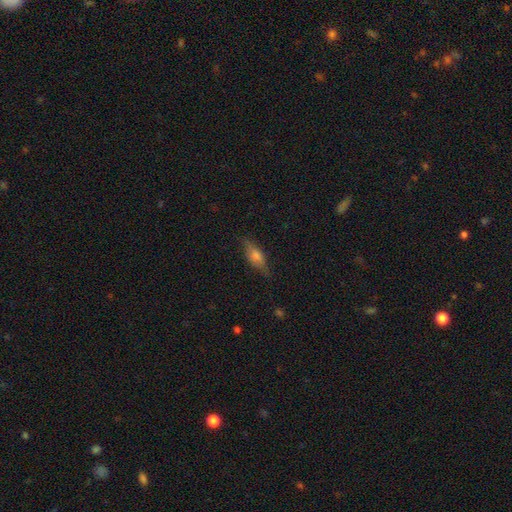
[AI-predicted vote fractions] A featured or disk galaxy (47%). Merging: none (79%).